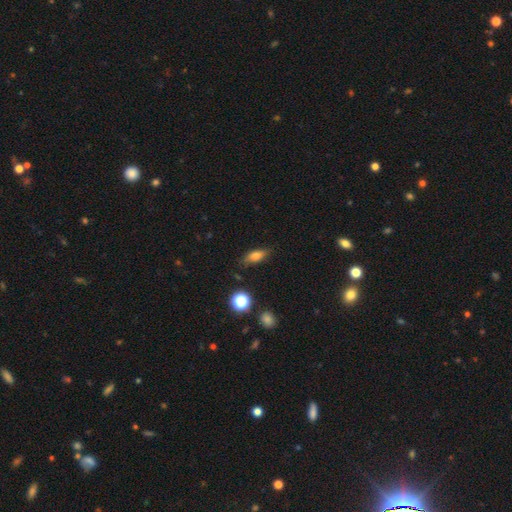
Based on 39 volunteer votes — Q: Smooth or featured?
A: smooth (79%); runner-up: featured or disk (10%)
Q: How rounded?
A: in between (71%); runner-up: cigar-shaped (16%)
Q: Merging?
A: none (86%); runner-up: minor disturbance (14%)